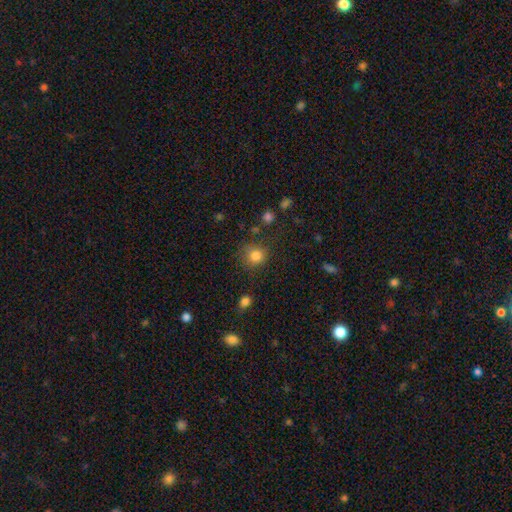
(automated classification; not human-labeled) This is clearly a smooth galaxy (83%). How rounded: clearly round (88%). Merging: likely none (76%).